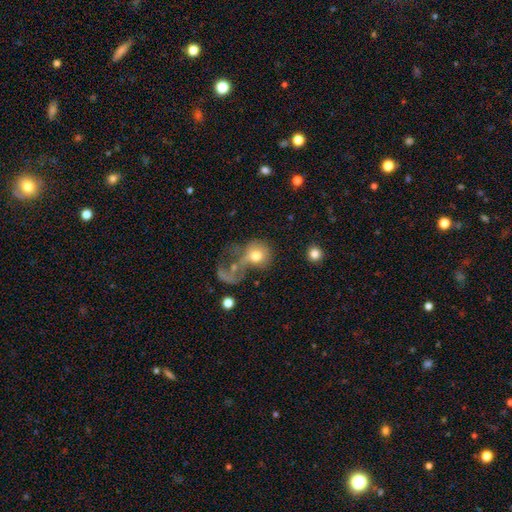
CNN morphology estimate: Smooth or featured: smooth — 64% (featured or disk — 25%)
How rounded: round — 69% (in between — 29%)
Merging: major disturbance — 38% (merger — 35%)